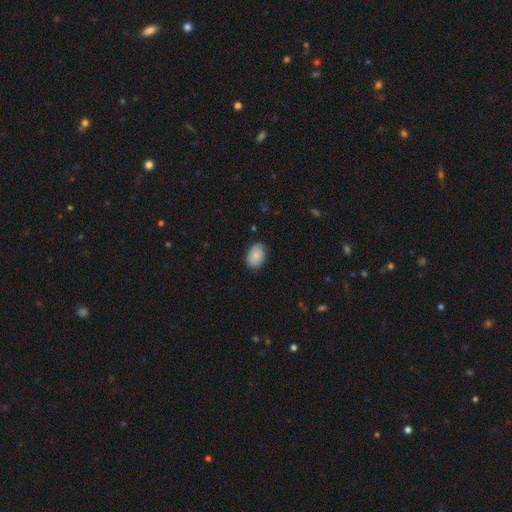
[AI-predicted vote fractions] Overall: smooth (85%). How rounded: in between (87%). Merging: none (84%).